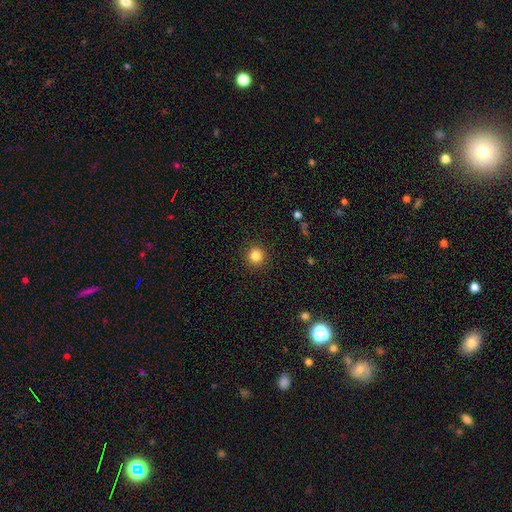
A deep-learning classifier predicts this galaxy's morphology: Q: Smooth or featured?
A: smooth (84%); runner-up: star or artifact (11%)
Q: How rounded?
A: round (94%); runner-up: in between (5%)
Q: Merging?
A: none (92%); runner-up: minor disturbance (5%)